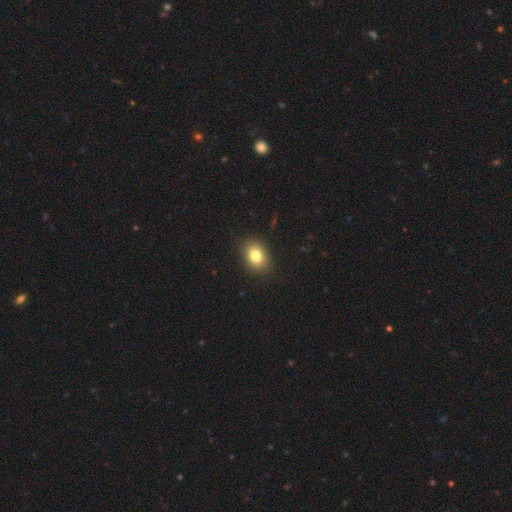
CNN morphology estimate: Q: Smooth or featured?
A: smooth (82%); runner-up: star or artifact (10%)
Q: How rounded?
A: in between (69%); runner-up: round (30%)
Q: Merging?
A: none (88%); runner-up: minor disturbance (8%)